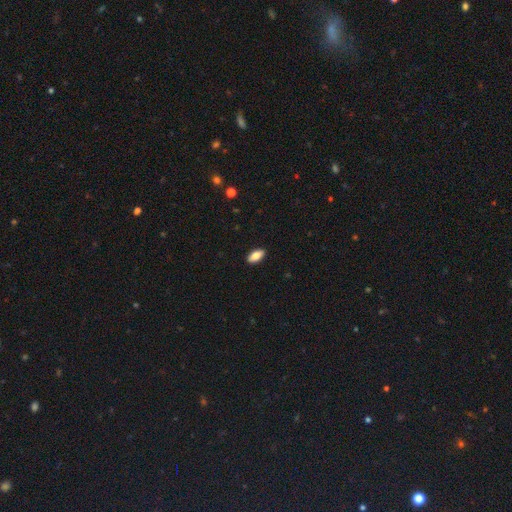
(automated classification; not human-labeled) This is clearly a smooth galaxy (81%). How rounded: clearly in between (87%). Merging: clearly none (90%).